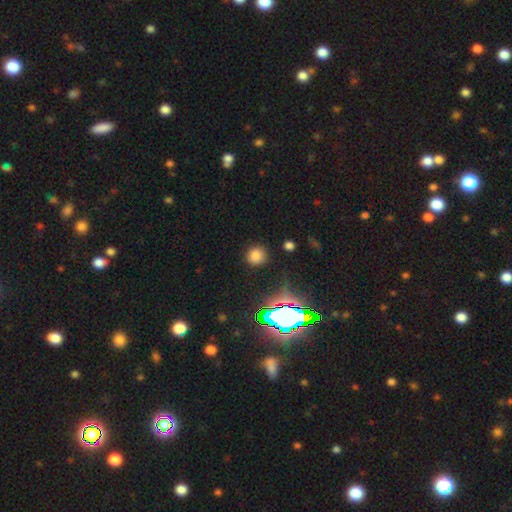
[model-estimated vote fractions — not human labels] The model was most divided on "smooth or featured": smooth: 72%, star or artifact: 21%, featured or disk: 6%. More confident: how rounded — round (90%); merging — none (88%).